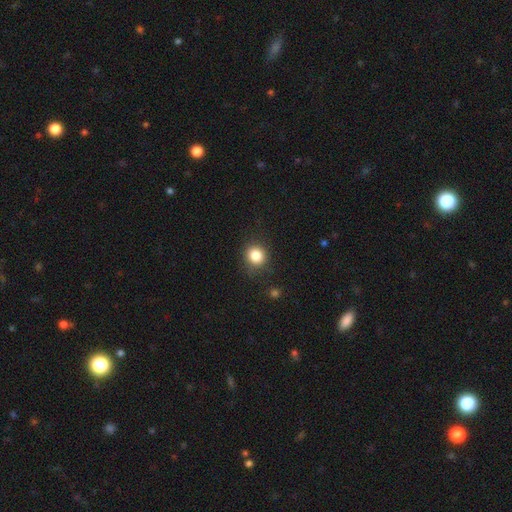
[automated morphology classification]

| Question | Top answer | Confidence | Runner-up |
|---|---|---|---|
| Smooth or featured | smooth | 84% | star or artifact (11%) |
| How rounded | round | 86% | in between (13%) |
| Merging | none | 83% | minor disturbance (12%) |